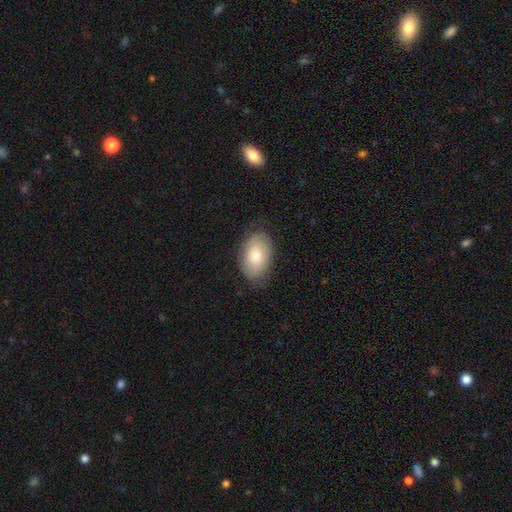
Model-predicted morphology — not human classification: Smooth or featured? Predicted: smooth (p=0.75). How rounded? Predicted: in between (p=0.91). Merging? Predicted: none (p=0.78).